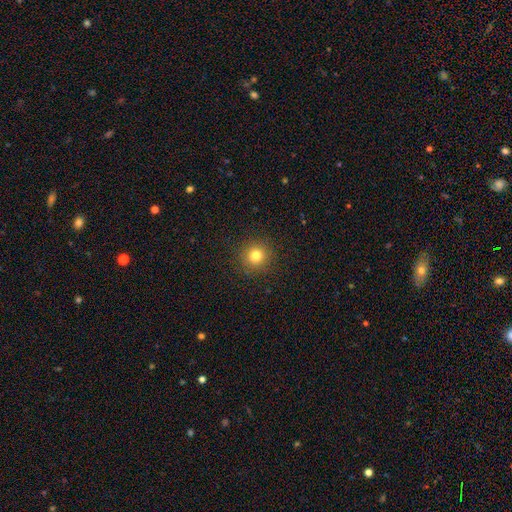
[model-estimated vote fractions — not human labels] The model was most divided on "smooth or featured": smooth: 80%, star or artifact: 14%, featured or disk: 6%. More confident: how rounded — round (94%); merging — none (92%).